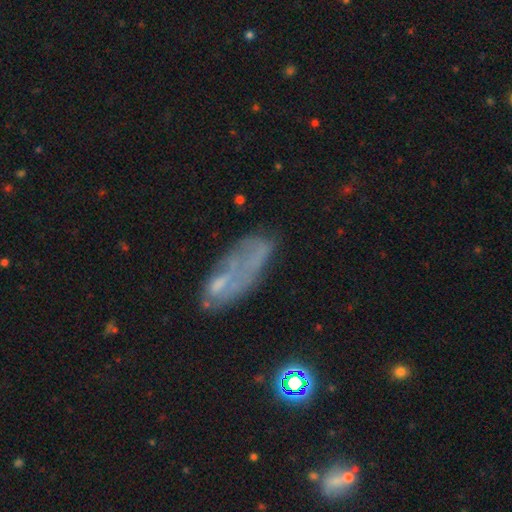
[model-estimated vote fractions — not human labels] Smooth or featured?
  - featured or disk: 45% *
  - smooth: 42%
  - star or artifact: 14%
Merging?
  - none: 37% *
  - major disturbance: 30%
  - minor disturbance: 26%
  - merger: 8%